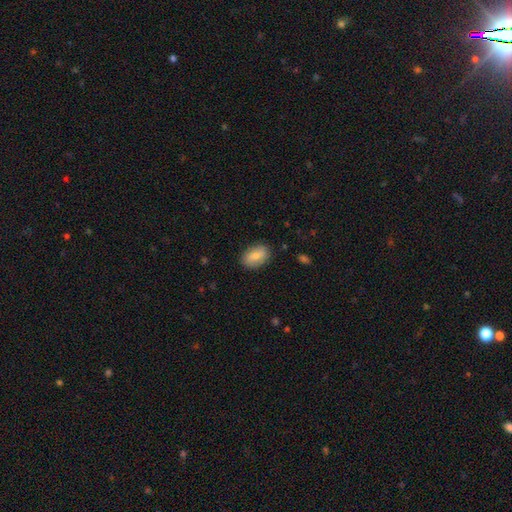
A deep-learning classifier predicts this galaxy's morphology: This is likely a smooth galaxy (78%). How rounded: clearly in between (90%). Merging: clearly none (84%).